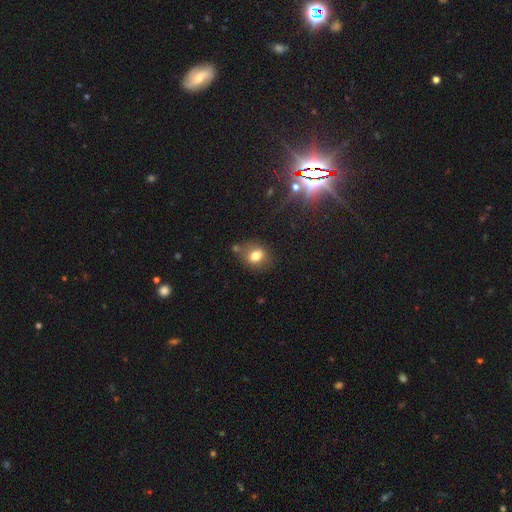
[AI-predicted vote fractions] Overall: smooth (75%). How rounded: round (52%; in between 47%). Merging: none (68%).